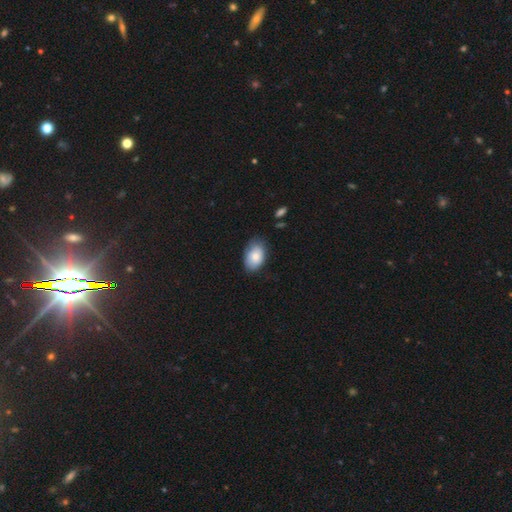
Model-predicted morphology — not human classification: This appears to be a smooth galaxy with no disk features (80%) that is in between round and cigar-shaped (88%). Merging: none (73%).